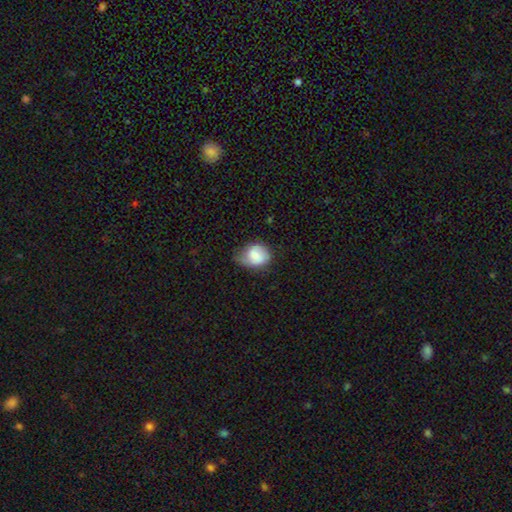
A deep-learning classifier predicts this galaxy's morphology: Overall: smooth (69%). How rounded: round (53%; in between 46%). Merging: none (44%; minor disturbance 41%).